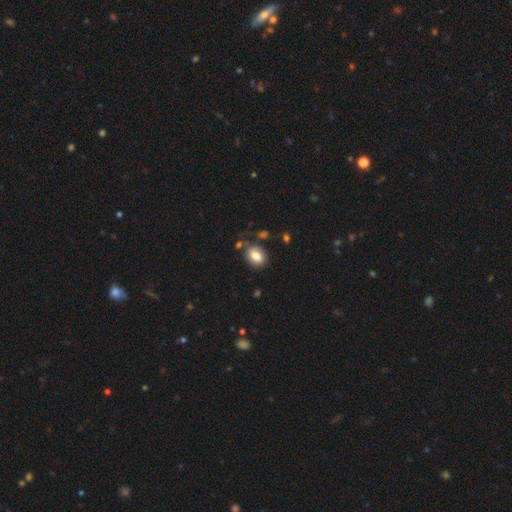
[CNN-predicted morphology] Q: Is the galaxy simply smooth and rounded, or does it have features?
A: smooth — 82%.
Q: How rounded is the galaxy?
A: in between — 67%.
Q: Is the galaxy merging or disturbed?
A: none — 72%.